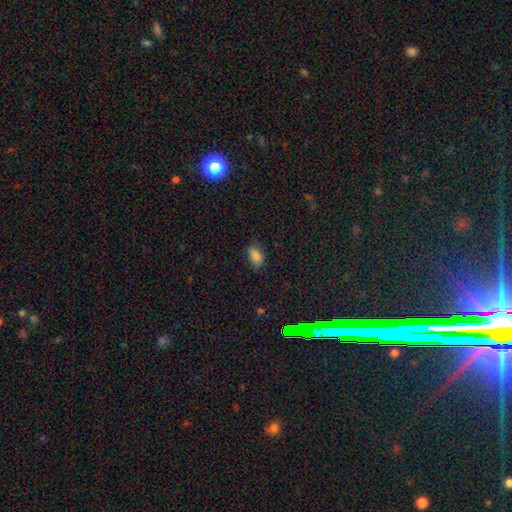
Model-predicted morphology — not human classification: smooth 82%, star or artifact 10%, featured or disk 8%. Down the decision tree: how rounded — in between (91%); merging — none (72%).